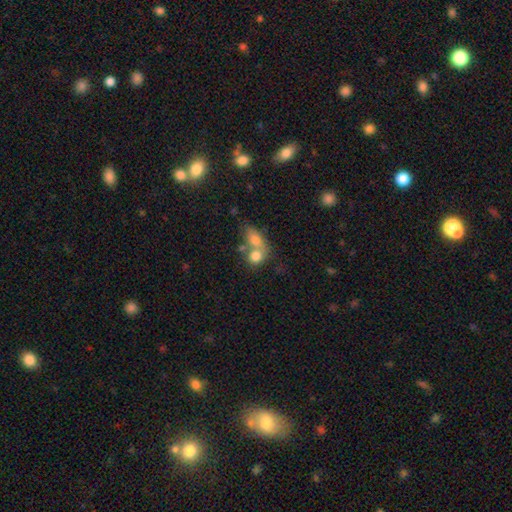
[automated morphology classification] smooth_or_featured: smooth (p=0.76) [alt: featured or disk p=0.15]
how_rounded: round (p=0.54) [alt: in between p=0.43]
merging: merger (p=0.55) [alt: none p=0.29]